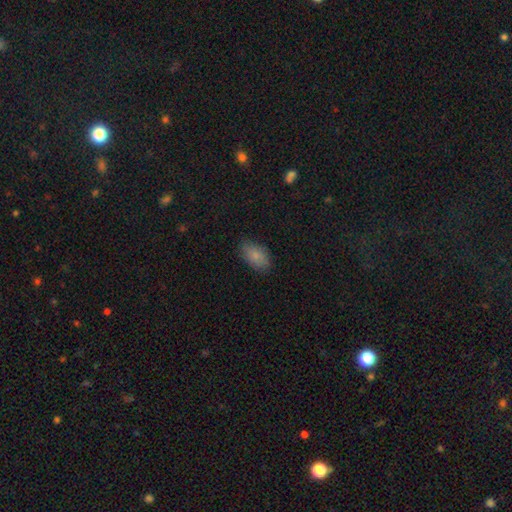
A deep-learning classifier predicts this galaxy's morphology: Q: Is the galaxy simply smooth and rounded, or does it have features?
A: smooth — 85%.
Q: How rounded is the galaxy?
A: in between — 91%.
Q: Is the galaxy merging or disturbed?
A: none — 82%.